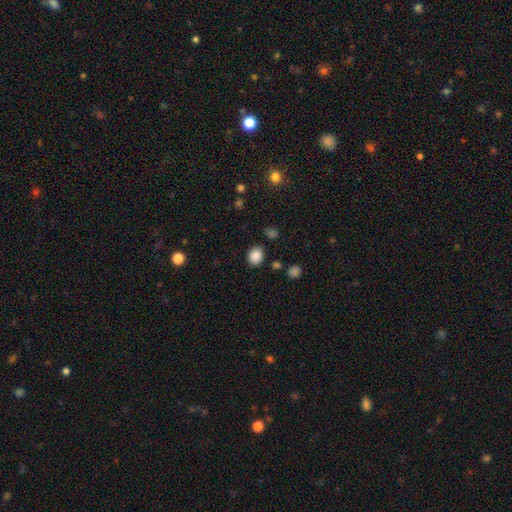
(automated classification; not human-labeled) Smooth or featured: smooth — 86% (star or artifact — 10%)
How rounded: round — 54% (in between — 45%)
Merging: none — 84% (minor disturbance — 10%)